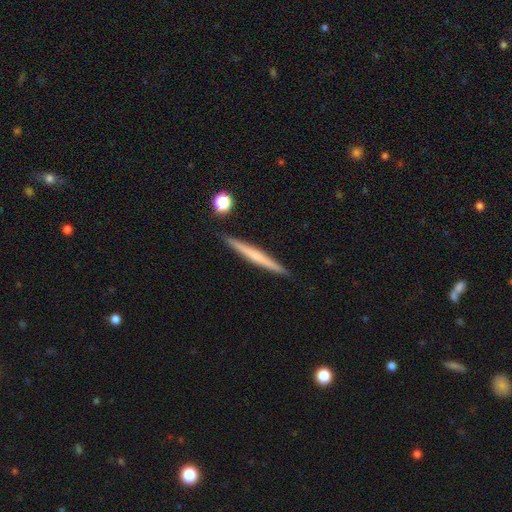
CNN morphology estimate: Smooth or featured?
  - featured or disk: 50% *
  - smooth: 44%
  - star or artifact: 6%
Merging?
  - none: 91% *
  - minor disturbance: 6%
  - merger: 2%
  - major disturbance: 1%